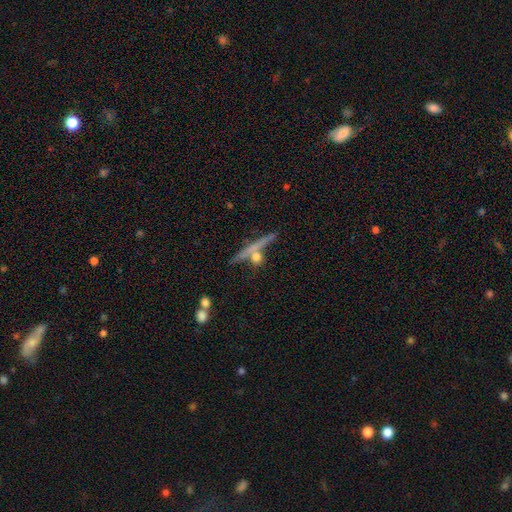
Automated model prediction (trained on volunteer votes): A featured or disk galaxy (48%).

Vote fractions:
- Smooth or featured? featured or disk: 48% / smooth: 41% / star or artifact: 11%
- Merging? none: 63% / merger: 18% / minor disturbance: 12% / major disturbance: 6%